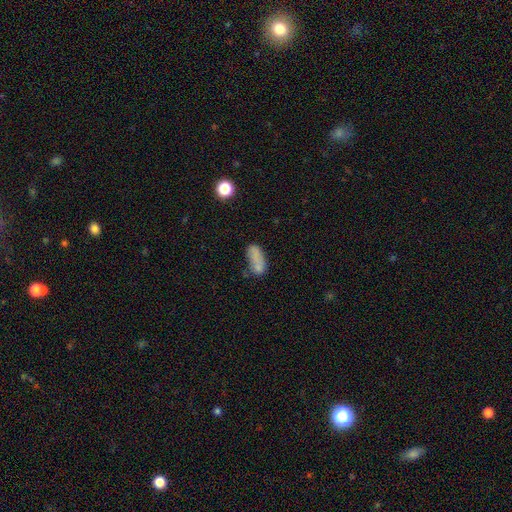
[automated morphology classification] This appears to be a smooth galaxy with no disk features (72%) that is in between round and cigar-shaped (83%). Merging: none (38%).